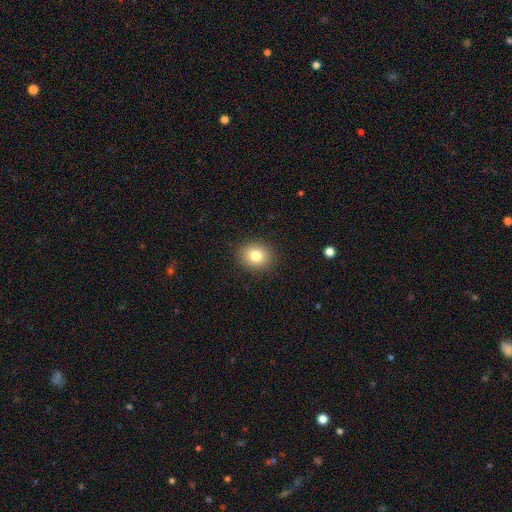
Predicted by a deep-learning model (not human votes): This is clearly a smooth galaxy (80%). How rounded: likely round (72%). Merging: clearly none (90%).